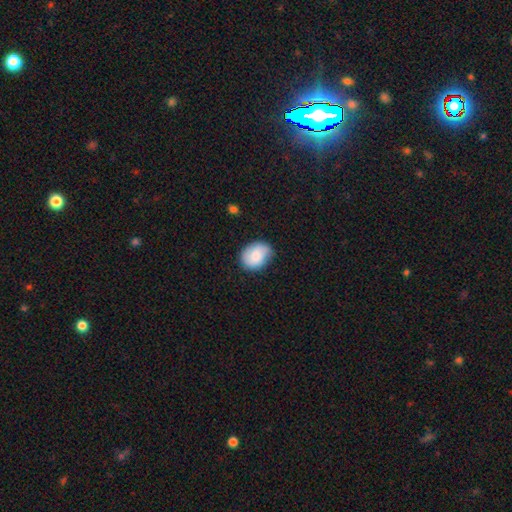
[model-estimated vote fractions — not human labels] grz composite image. It shows a smooth galaxy with no disk features (73%) that is in between round and cigar-shaped (56%). Merging: none (71%).